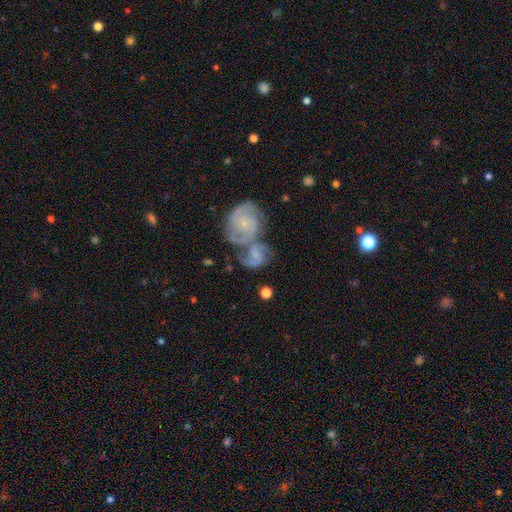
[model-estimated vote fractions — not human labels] A featured or disk galaxy (73%) with no bar (66%), 2 (48%) medium (44%) spiral arms (90%) and a small central bulge (70%). Merging: merger (64%).